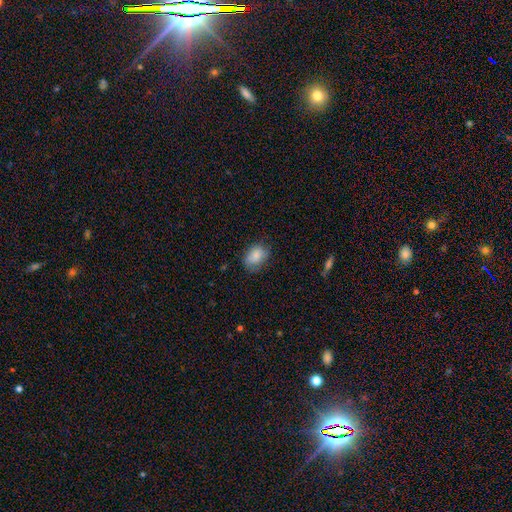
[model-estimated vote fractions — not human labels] Smooth or featured? smooth (84%)
How rounded? in between (70%)
Merging? none (69%)